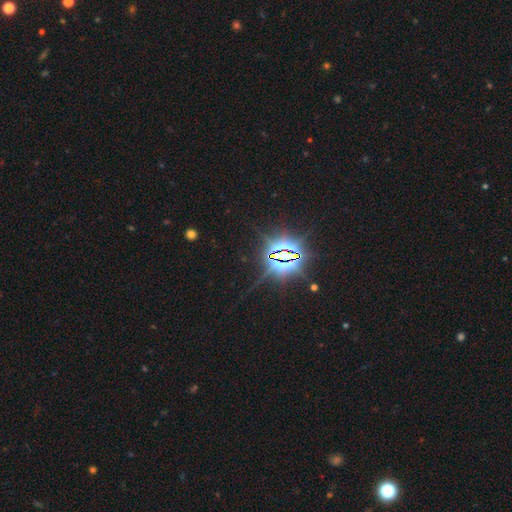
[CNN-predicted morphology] star or artifact 86%, smooth 9%, featured or disk 5%.